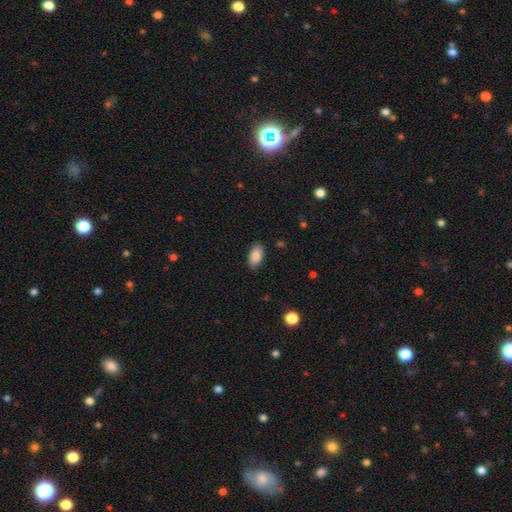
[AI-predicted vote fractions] A smooth galaxy with no disk features (88%) that is in between round and cigar-shaped (93%). Merging: none (85%).